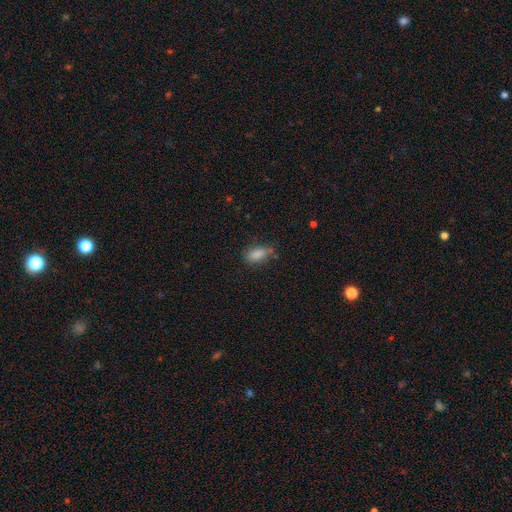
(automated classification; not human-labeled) smooth 81%, star or artifact 12%, featured or disk 7%. Down the decision tree: how rounded — in between (85%); merging — none (69%).